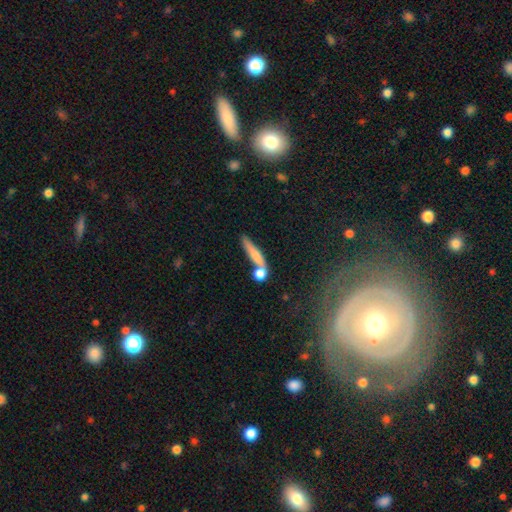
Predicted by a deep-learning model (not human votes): smooth-or-featured: smooth: 65% | featured or disk: 26% | star or artifact: 9%
  how-rounded: cigar-shaped: 78% | in between: 15% | round: 8%
  merging: none: 51% | merger: 27% | minor disturbance: 14% | major disturbance: 8%